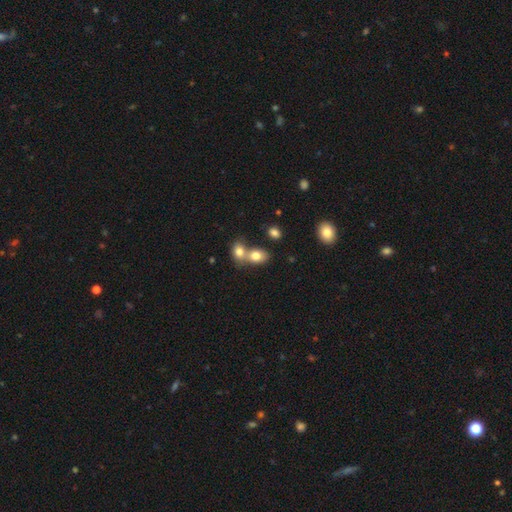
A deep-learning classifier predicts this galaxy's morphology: This is likely a smooth galaxy (79%). How rounded: likely in between (63%). Merging: possibly merger (59%).